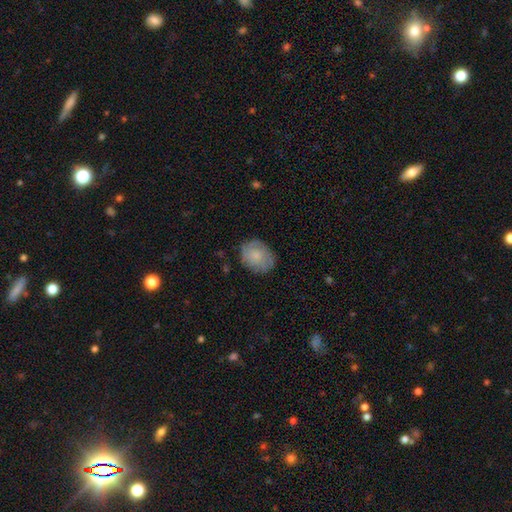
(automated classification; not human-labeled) The model was most divided on "how rounded": in between: 52%, round: 47%, cigar-shaped: 1%. More confident: merging — none (74%); smooth or featured — smooth (73%).